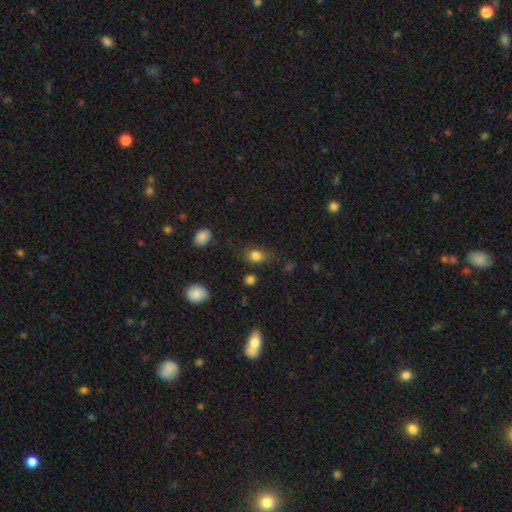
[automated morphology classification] Overall: smooth (83%). How rounded: in between (63%; round 35%). Merging: none (72%).